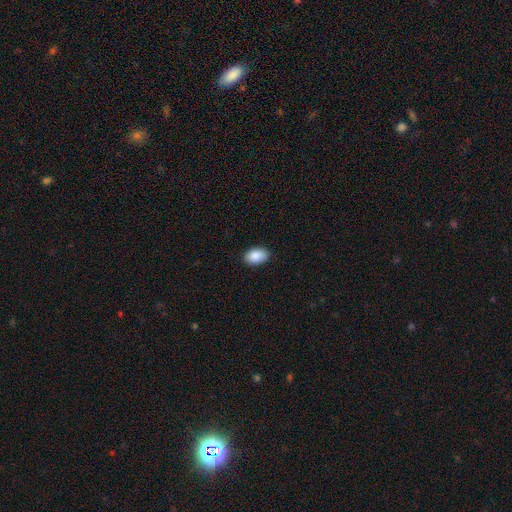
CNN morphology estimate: Overall: smooth (89%). How rounded: in between (91%). Merging: none (87%).